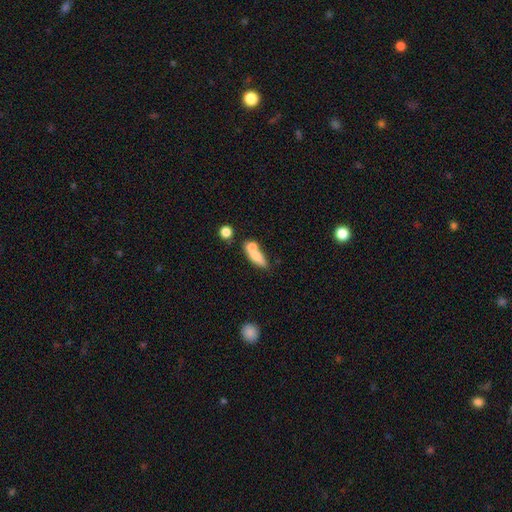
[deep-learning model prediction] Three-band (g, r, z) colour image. It shows a smooth galaxy with no disk features (68%) that is in between round and cigar-shaped (56%). Merging: merger (45%).